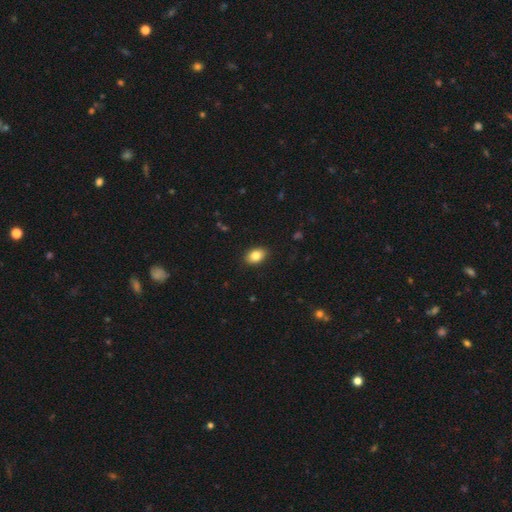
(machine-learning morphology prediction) Smooth or featured? Predicted: smooth (p=0.84). How rounded? Predicted: in between (p=0.84). Merging? Predicted: none (p=0.89).